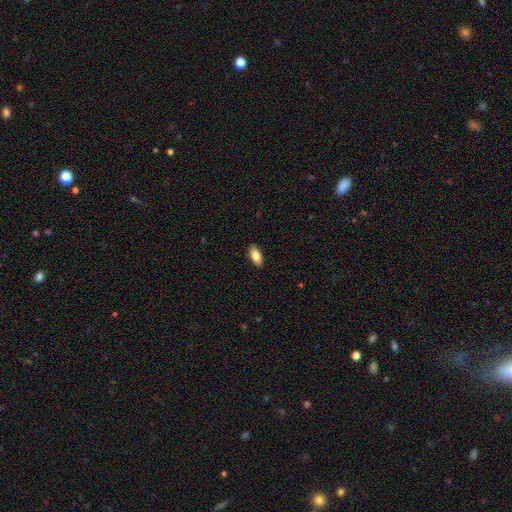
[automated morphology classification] smooth_or_featured: smooth (p=0.79) [alt: featured or disk p=0.15]
how_rounded: in between (p=0.83) [alt: cigar-shaped p=0.15]
merging: none (p=0.89) [alt: minor disturbance p=0.08]